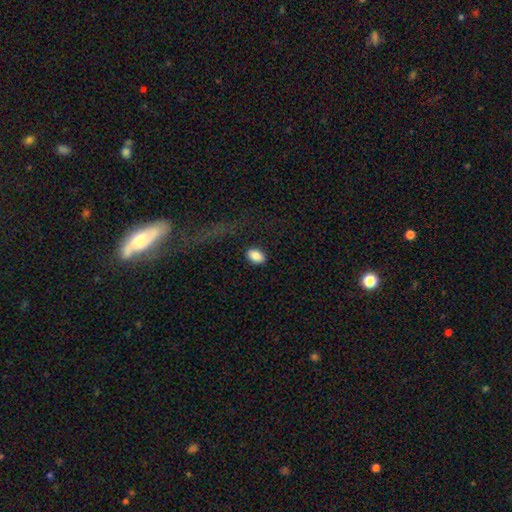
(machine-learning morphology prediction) smooth 87%, star or artifact 8%, featured or disk 5%. Down the decision tree: how rounded — in between (85%); merging — none (86%).